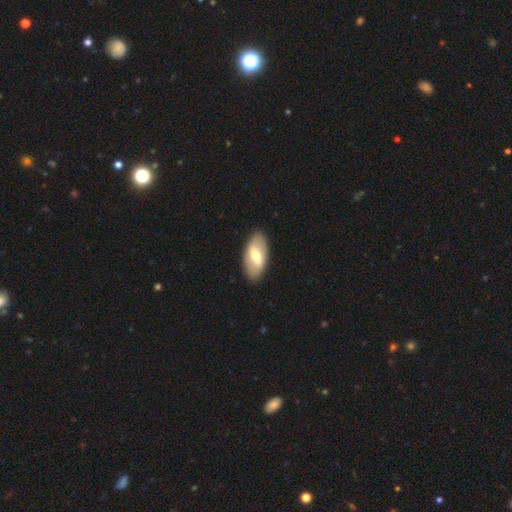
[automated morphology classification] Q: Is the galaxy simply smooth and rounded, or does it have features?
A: smooth — 52%.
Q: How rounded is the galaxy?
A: in between — 92%.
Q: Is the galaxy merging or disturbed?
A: none — 88%.